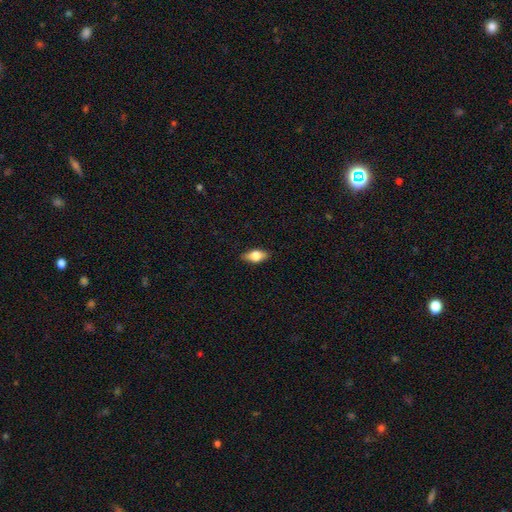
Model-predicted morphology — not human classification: Smooth or featured? Predicted: smooth (p=0.65). How rounded? Predicted: in between (p=0.82). Merging? Predicted: none (p=0.86).